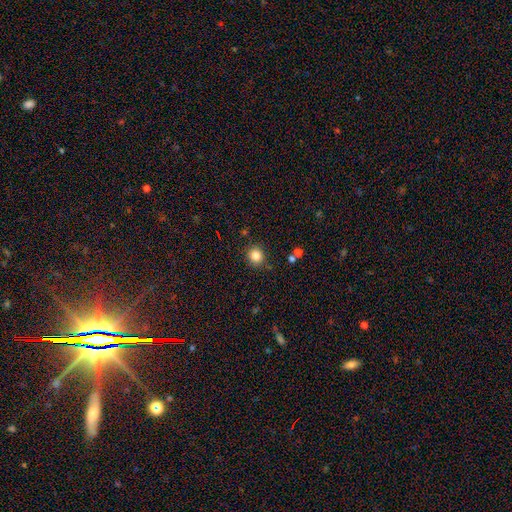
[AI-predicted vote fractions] Smooth or featured? Predicted: smooth (p=0.84). How rounded? Predicted: round (p=0.86). Merging? Predicted: none (p=0.87).